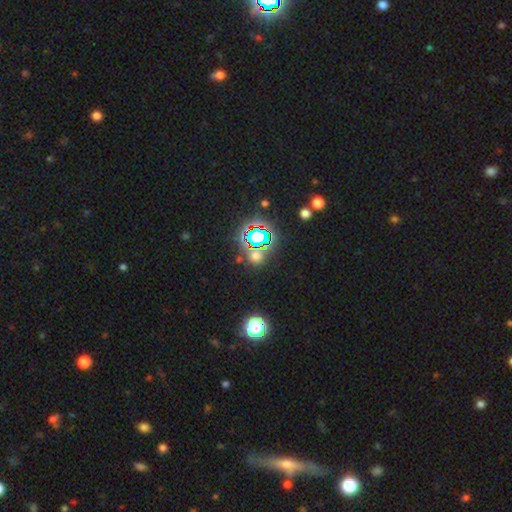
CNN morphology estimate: This appears to be a star or artifact, not a galaxy (56%).